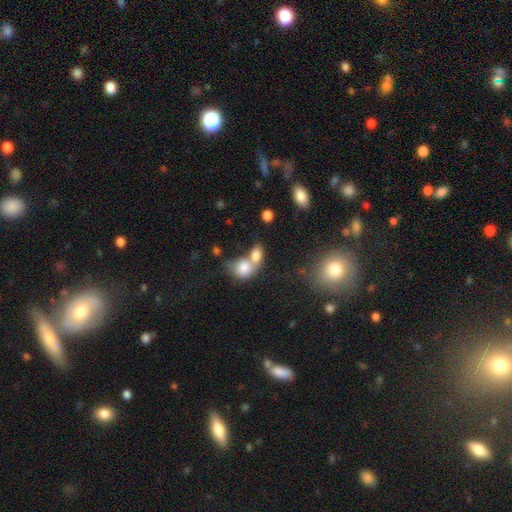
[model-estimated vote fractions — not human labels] Morphology: type=smooth (78%); roundness=in between (66%); merging=merger (70%).